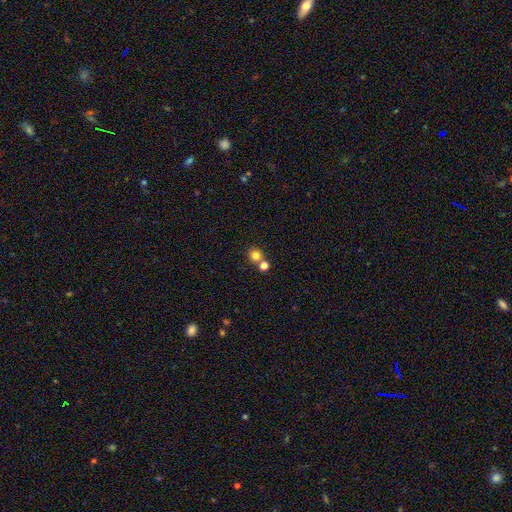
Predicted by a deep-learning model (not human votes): A smooth galaxy with no disk features (80%) that is round (89%). Merging: none (61%).